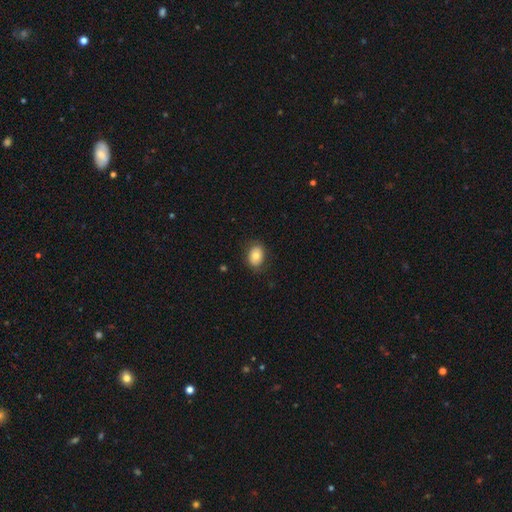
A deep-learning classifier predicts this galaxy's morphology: Smooth or featured? Predicted: smooth (p=0.76). How rounded? Predicted: in between (p=0.70). Merging? Predicted: none (p=0.82).